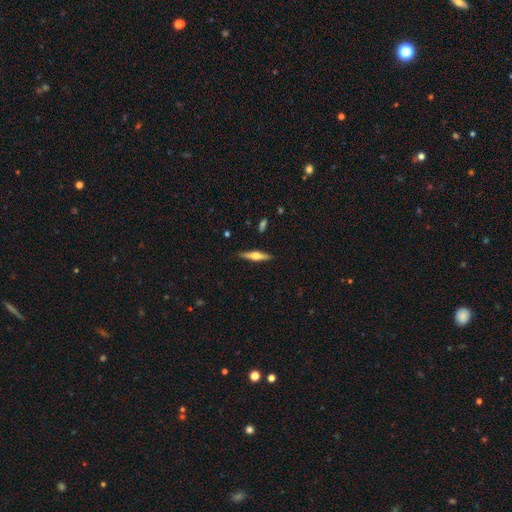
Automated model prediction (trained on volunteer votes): A featured or disk galaxy (55%) viewed edge-on (96%) with a rounded central bulge (89%).

Vote fractions:
- Smooth or featured? featured or disk: 55% / smooth: 39% / star or artifact: 6%
- Edge-on disk? yes: 96% / no: 4%
- Edge-on bulge? rounded: 89% / boxy: 7% / none: 4%
- Merging? none: 88% / minor disturbance: 8% / major disturbance: 2% / merger: 1%